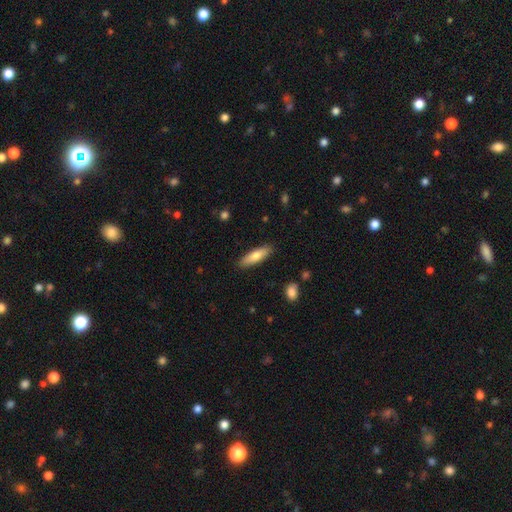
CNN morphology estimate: Smooth or featured: smooth — 75% (featured or disk — 20%)
How rounded: cigar-shaped — 63% (in between — 36%)
Merging: none — 88% (minor disturbance — 9%)